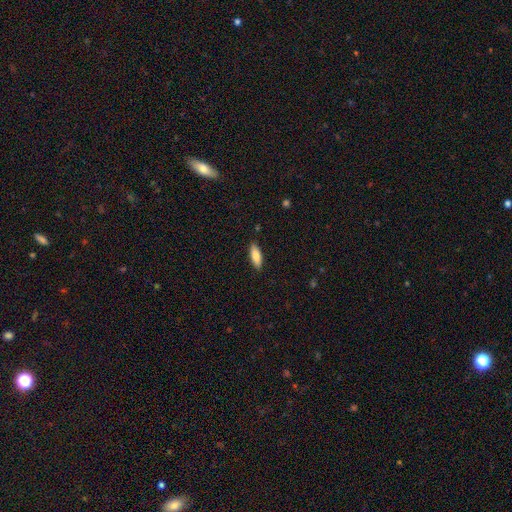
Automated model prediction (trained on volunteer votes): Q: Smooth or featured?
A: smooth (80%); runner-up: featured or disk (14%)
Q: How rounded?
A: in between (64%); runner-up: cigar-shaped (34%)
Q: Merging?
A: none (88%); runner-up: minor disturbance (9%)